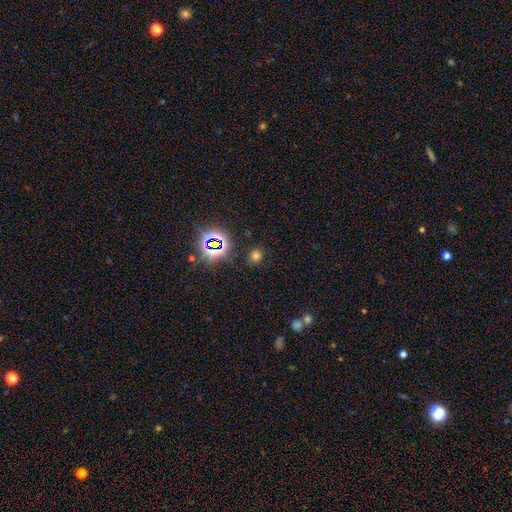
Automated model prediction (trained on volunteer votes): A smooth galaxy with no disk features (62%) that is round (78%).

Vote fractions:
- Smooth or featured? smooth: 62% / star or artifact: 32% / featured or disk: 6%
- How rounded? round: 78% / in between: 20% / cigar-shaped: 1%
- Merging? none: 84% / minor disturbance: 10% / major disturbance: 4% / merger: 2%